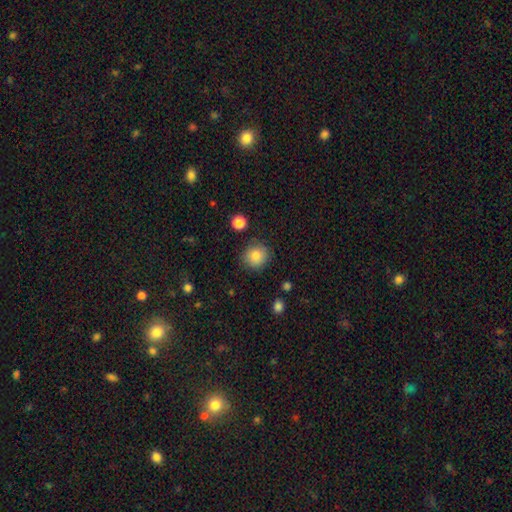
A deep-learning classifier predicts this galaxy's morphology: type=smooth (84%); roundness=round (85%); merging=none (85%).